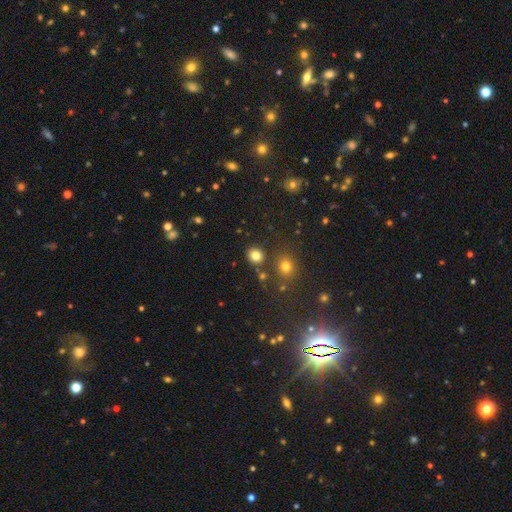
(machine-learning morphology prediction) Smooth or featured?
  - smooth: 81% *
  - star or artifact: 13%
  - featured or disk: 5%
How rounded?
  - round: 80% *
  - in between: 19%
  - cigar-shaped: 1%
Merging?
  - none: 83% *
  - minor disturbance: 8%
  - merger: 6%
  - major disturbance: 3%